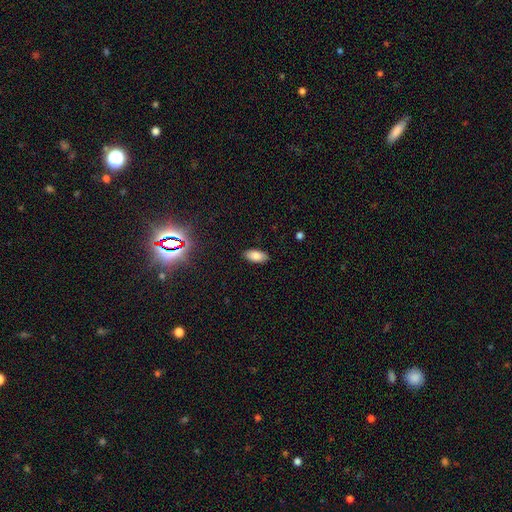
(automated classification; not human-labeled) Smooth or featured? smooth (84%)
How rounded? in between (90%)
Merging? none (88%)